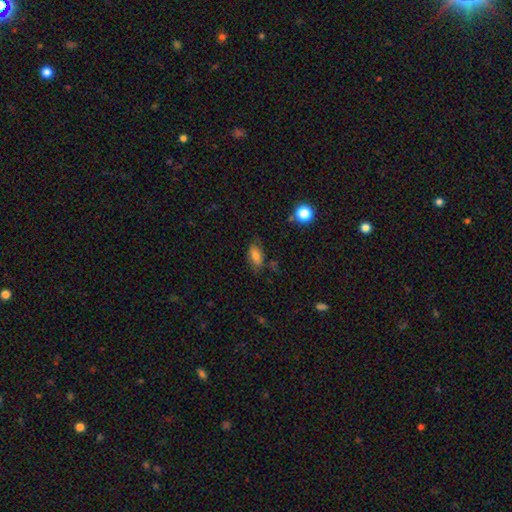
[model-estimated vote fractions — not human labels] Smooth or featured: smooth — 74% (featured or disk — 16%)
How rounded: in between — 85% (cigar-shaped — 9%)
Merging: none — 67% (minor disturbance — 22%)